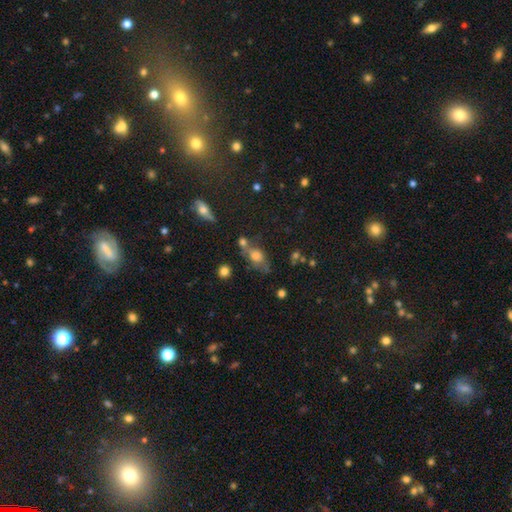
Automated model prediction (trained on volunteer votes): Smooth or featured?
  - smooth: 55% *
  - featured or disk: 27%
  - star or artifact: 18%
How rounded?
  - in between: 66% *
  - round: 25%
  - cigar-shaped: 8%
Merging?
  - none: 43% *
  - merger: 22%
  - minor disturbance: 21%
  - major disturbance: 14%